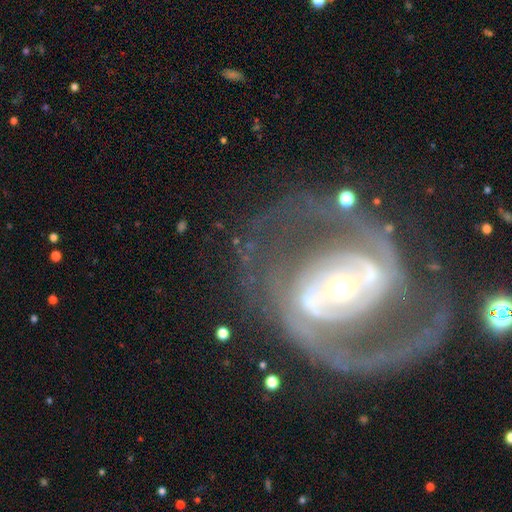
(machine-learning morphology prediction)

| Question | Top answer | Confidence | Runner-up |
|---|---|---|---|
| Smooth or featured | featured or disk | 88% | star or artifact (6%) |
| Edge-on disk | no | 97% | yes (3%) |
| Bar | no | 41% | weak (30%) |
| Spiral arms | yes | 93% | no (7%) |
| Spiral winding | medium | 49% | tight (34%) |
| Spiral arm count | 2 | 79% | can't tell (8%) |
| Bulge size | small | 54% | moderate (36%) |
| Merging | none | 60% | major disturbance (20%) |